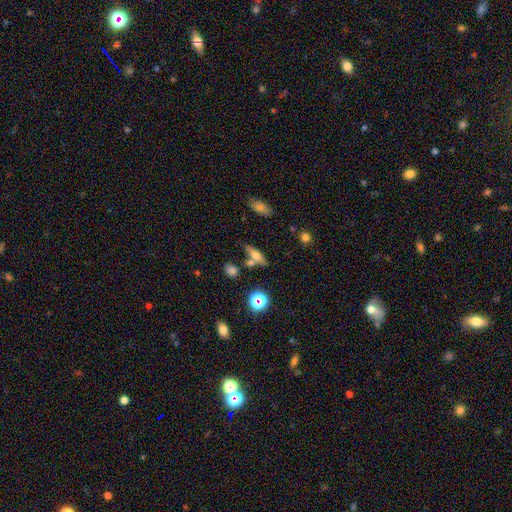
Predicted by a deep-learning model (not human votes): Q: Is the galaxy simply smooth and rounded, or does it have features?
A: smooth — 53%.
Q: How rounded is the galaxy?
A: cigar-shaped — 50%.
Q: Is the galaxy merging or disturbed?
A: none — 65%.